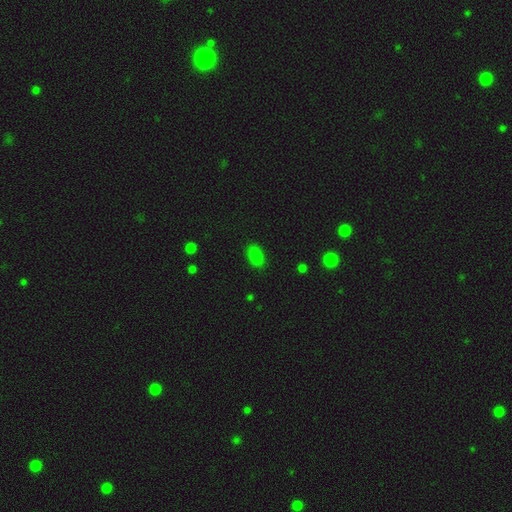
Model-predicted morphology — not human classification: A smooth galaxy with no disk features (83%) that is in between round and cigar-shaped (91%). Merging: none (85%).